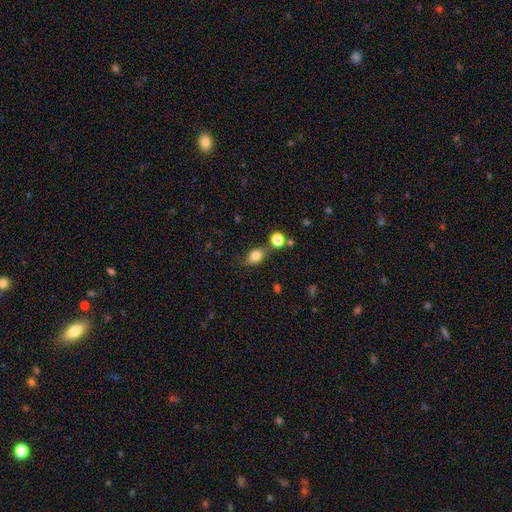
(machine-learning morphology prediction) smooth-or-featured: smooth: 79% | star or artifact: 10% | featured or disk: 10%
  how-rounded: in between: 70% | round: 27% | cigar-shaped: 3%
  merging: none: 63% | minor disturbance: 18% | merger: 13% | major disturbance: 6%